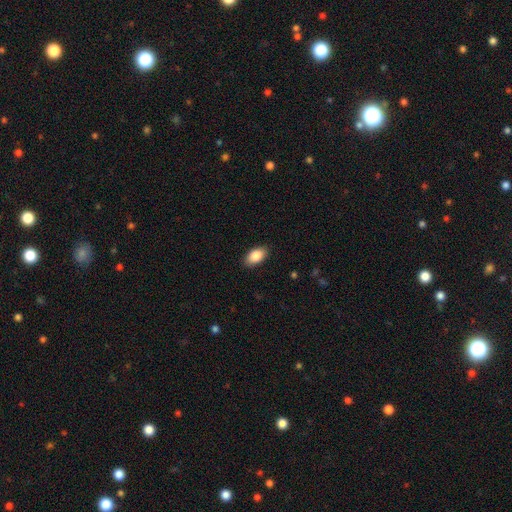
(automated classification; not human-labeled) Smooth or featured?
  - smooth: 87% *
  - star or artifact: 7%
  - featured or disk: 7%
How rounded?
  - in between: 93% *
  - round: 5%
  - cigar-shaped: 2%
Merging?
  - none: 88% *
  - minor disturbance: 9%
  - major disturbance: 2%
  - merger: 1%